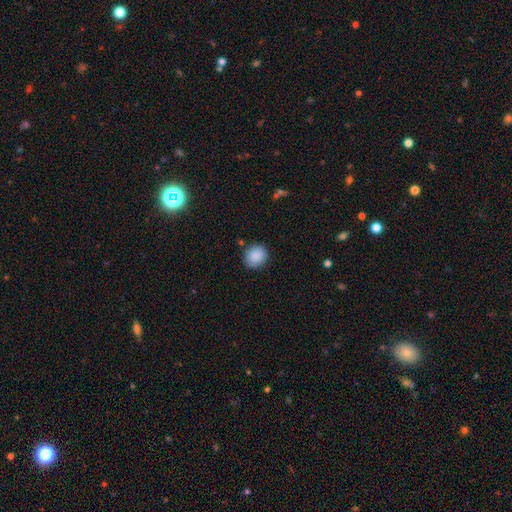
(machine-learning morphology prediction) Q: Smooth or featured?
A: smooth (88%); runner-up: star or artifact (8%)
Q: How rounded?
A: round (81%); runner-up: in between (18%)
Q: Merging?
A: none (85%); runner-up: minor disturbance (11%)